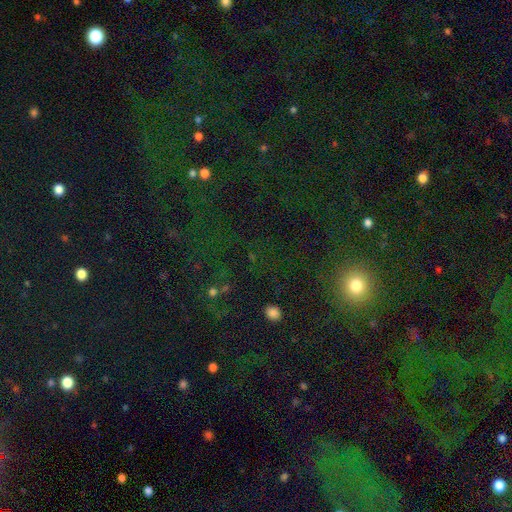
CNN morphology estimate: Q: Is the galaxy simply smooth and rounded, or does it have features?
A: star or artifact — 55%.